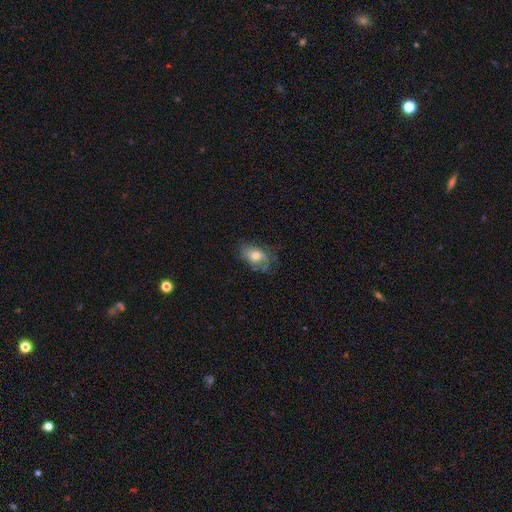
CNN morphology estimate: This is possibly a featured or disk galaxy (48%). Merging: possibly none (55%).